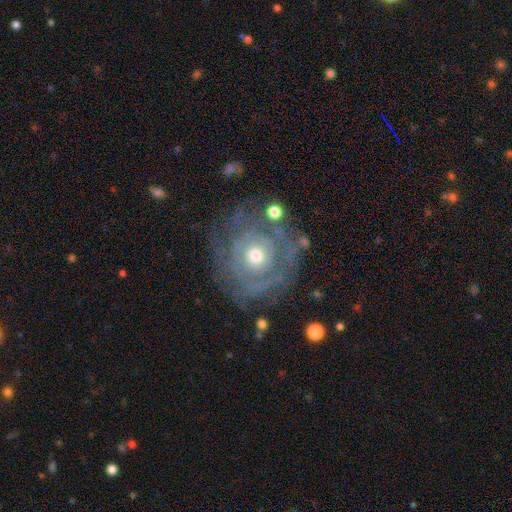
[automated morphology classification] Q: Smooth or featured?
A: featured or disk (68%); runner-up: smooth (24%)
Q: Edge-on disk?
A: no (96%); runner-up: yes (4%)
Q: Bar?
A: no (89%); runner-up: weak (9%)
Q: Spiral arms?
A: yes (55%); runner-up: no (45%)
Q: Bulge size?
A: moderate (64%); runner-up: small (24%)
Q: Merging?
A: none (64%); runner-up: minor disturbance (18%)